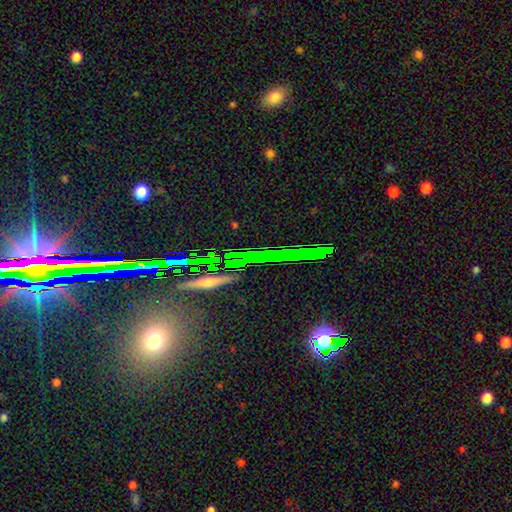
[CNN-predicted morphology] The model was most divided on "smooth or featured": star or artifact: 61%, featured or disk: 21%, smooth: 18%.